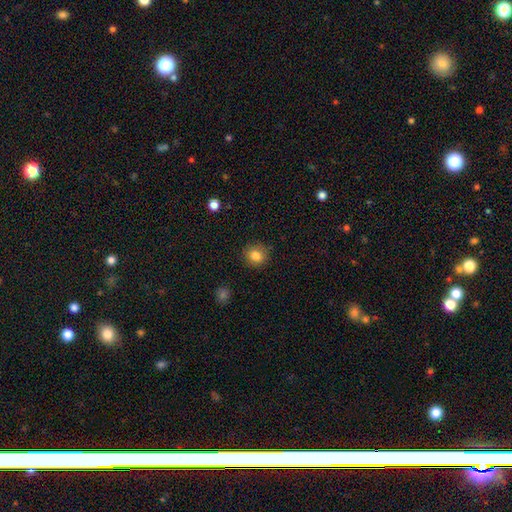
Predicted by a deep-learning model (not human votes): Smooth or featured?
  - smooth: 84% *
  - star or artifact: 10%
  - featured or disk: 6%
How rounded?
  - round: 87% *
  - in between: 12%
  - cigar-shaped: 1%
Merging?
  - none: 88% *
  - minor disturbance: 9%
  - major disturbance: 2%
  - merger: 1%